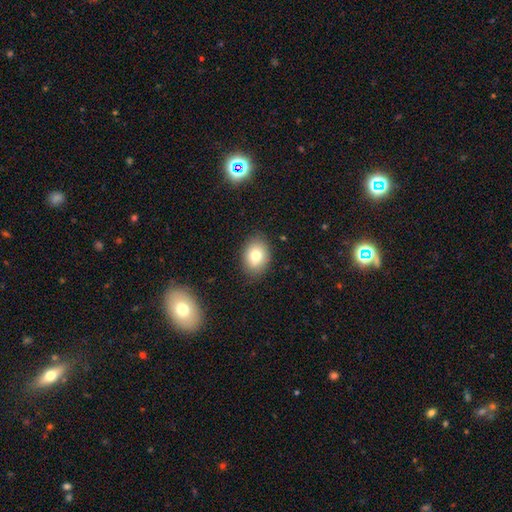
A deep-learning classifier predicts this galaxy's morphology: The model was most divided on "how rounded": in between: 65%, round: 34%, cigar-shaped: 1%. More confident: merging — none (84%); smooth or featured — smooth (78%).